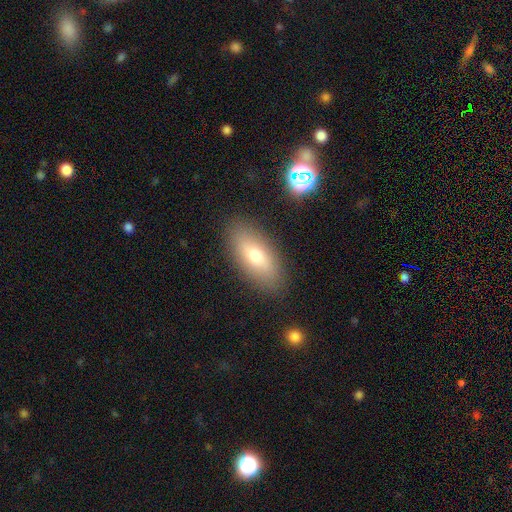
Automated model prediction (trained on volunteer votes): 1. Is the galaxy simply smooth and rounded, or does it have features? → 69% smooth, 22% featured or disk, 9% star or artifact.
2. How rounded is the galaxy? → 84% in between, 12% cigar-shaped, 4% round.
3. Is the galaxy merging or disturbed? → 86% none, 9% minor disturbance, 3% major disturbance, 2% merger.